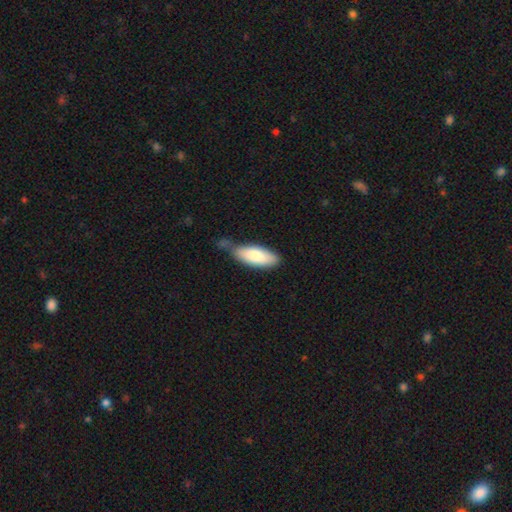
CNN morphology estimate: Smooth or featured?
  - smooth: 82% *
  - featured or disk: 12%
  - star or artifact: 5%
How rounded?
  - in between: 76% *
  - cigar-shaped: 22%
  - round: 2%
Merging?
  - none: 49% *
  - minor disturbance: 29%
  - merger: 15%
  - major disturbance: 8%